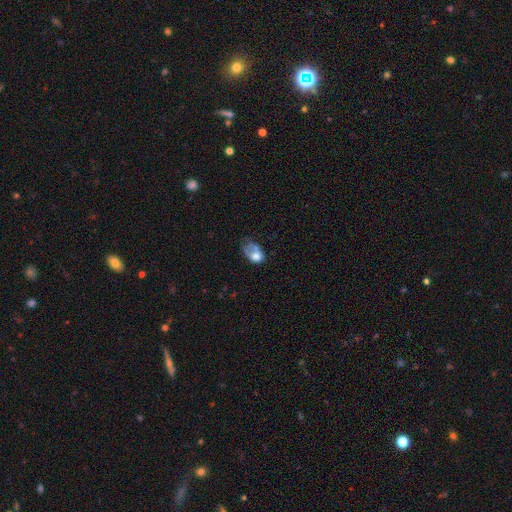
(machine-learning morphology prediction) smooth 61%, featured or disk 28%, star or artifact 10%. Down the decision tree: how rounded — in between (76%); merging — major disturbance (44%).